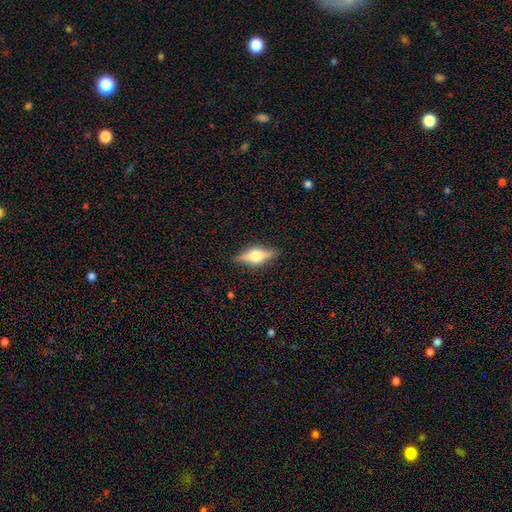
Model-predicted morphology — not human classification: featured or disk 61%, smooth 31%, star or artifact 7%. Down the decision tree: edge-on disk — yes (95%); edge-on bulge — rounded (93%); merging — none (87%).